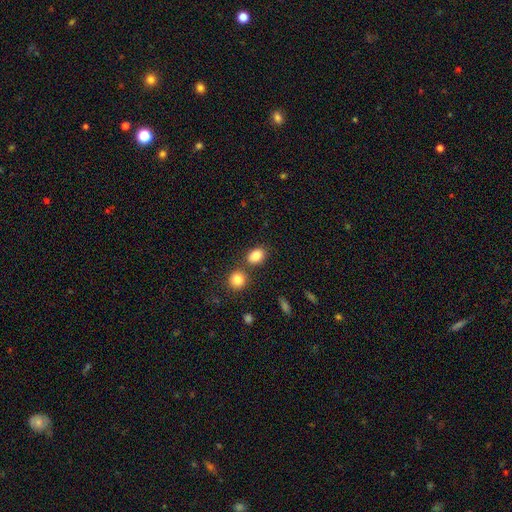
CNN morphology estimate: This appears to be a smooth galaxy with no disk features (85%) that is in between round and cigar-shaped (71%). Merging: none (70%).